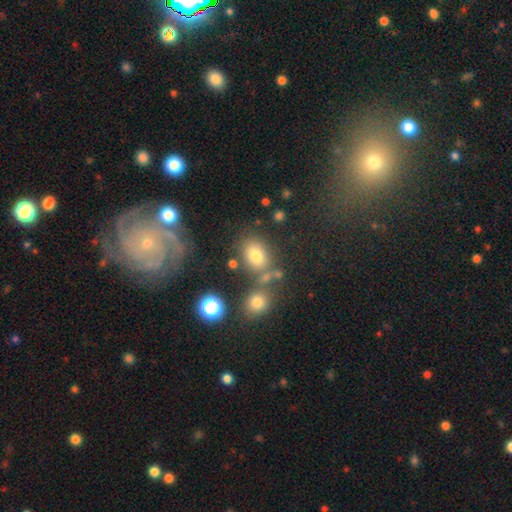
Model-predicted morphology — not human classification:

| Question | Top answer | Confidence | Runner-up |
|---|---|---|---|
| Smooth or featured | smooth | 73% | star or artifact (16%) |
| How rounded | in between | 62% | round (36%) |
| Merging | none | 65% | merger (15%) |